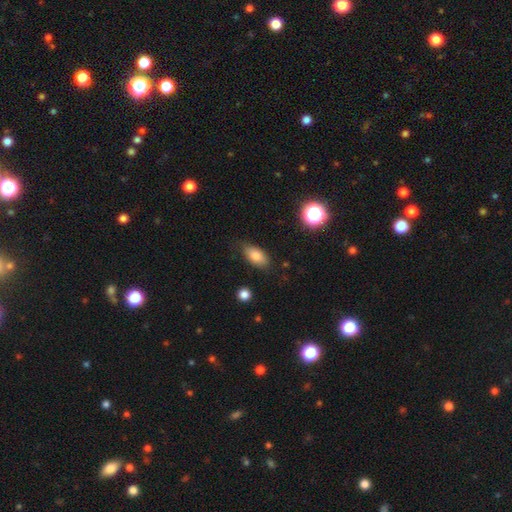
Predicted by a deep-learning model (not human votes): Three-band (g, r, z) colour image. It shows a smooth galaxy with no disk features (83%) that is in between round and cigar-shaped (89%). Merging: none (76%).